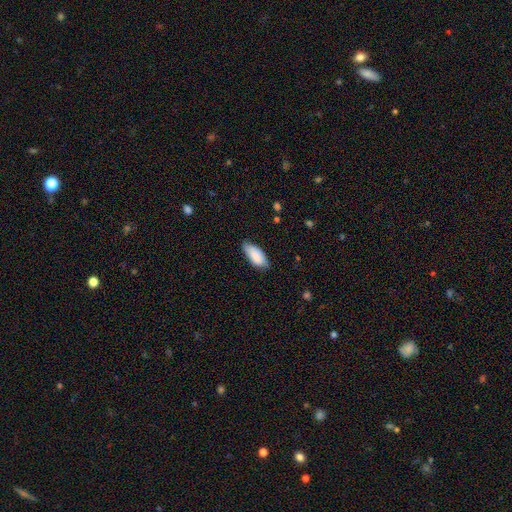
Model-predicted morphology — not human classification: smooth 84%, featured or disk 10%, star or artifact 6%. Down the decision tree: how rounded — in between (87%); merging — none (66%).